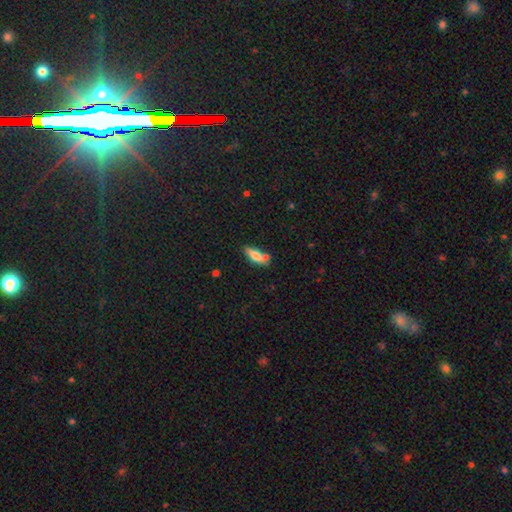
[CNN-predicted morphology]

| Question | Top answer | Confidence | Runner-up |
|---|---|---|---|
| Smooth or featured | smooth | 71% | featured or disk (21%) |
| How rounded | in between | 65% | cigar-shaped (32%) |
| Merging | none | 54% | merger (23%) |